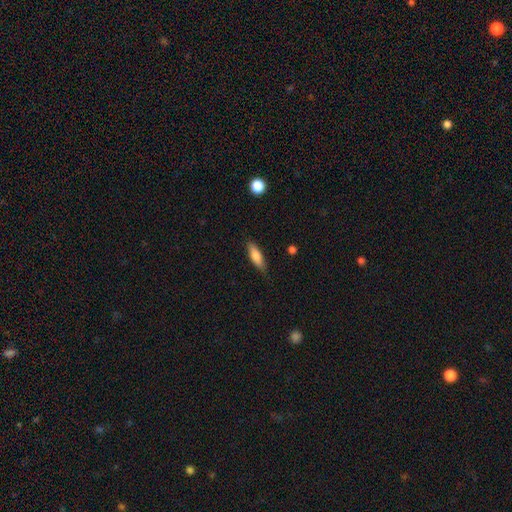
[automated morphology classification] A smooth galaxy with no disk features (76%) that is in between round and cigar-shaped (53%). Merging: none (82%).